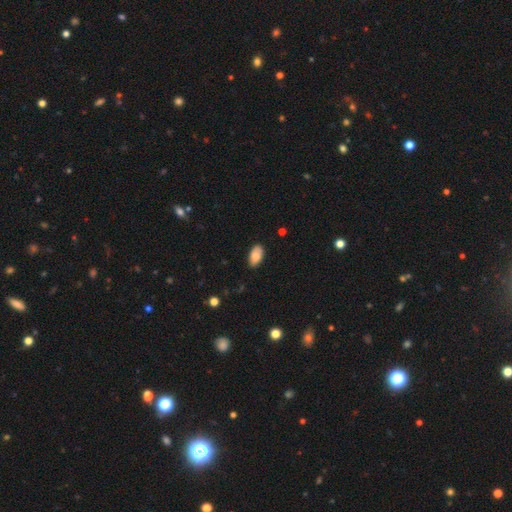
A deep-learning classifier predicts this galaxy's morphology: Smooth or featured? Predicted: smooth (p=0.83). How rounded? Predicted: in between (p=0.95). Merging? Predicted: none (p=0.82).